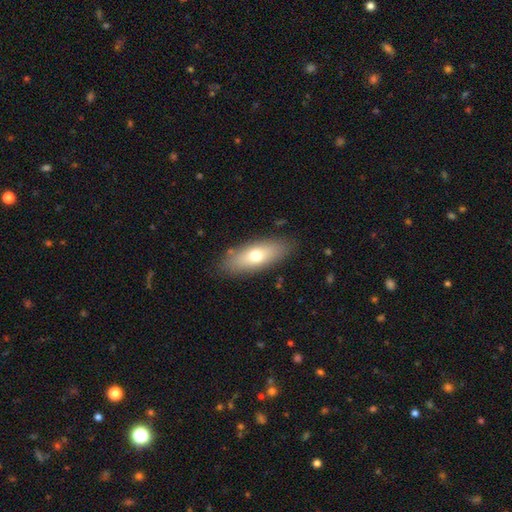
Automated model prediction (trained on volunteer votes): A smooth galaxy with no disk features (68%) that is in between round and cigar-shaped (74%). Merging: none (85%).